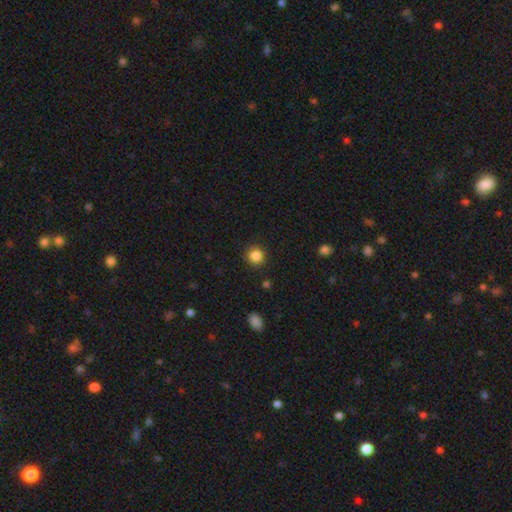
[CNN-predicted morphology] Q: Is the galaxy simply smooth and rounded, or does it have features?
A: smooth — 85%.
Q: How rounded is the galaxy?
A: round — 92%.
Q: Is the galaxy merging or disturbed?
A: none — 90%.